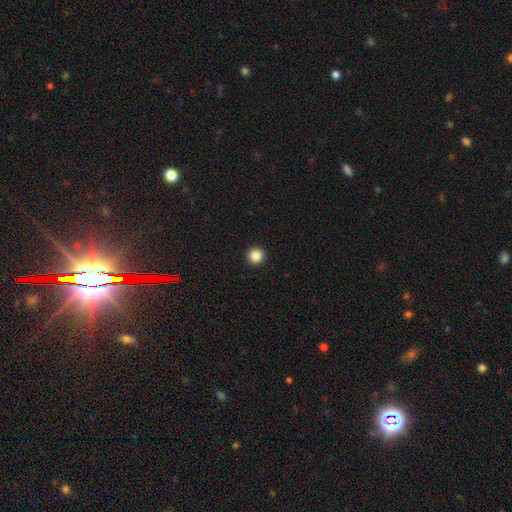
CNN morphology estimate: A smooth galaxy with no disk features (87%) that is round (97%).

Vote fractions:
- Smooth or featured? smooth: 87% / star or artifact: 10% / featured or disk: 3%
- How rounded? round: 97% / in between: 2% / cigar-shaped: 1%
- Merging? none: 94% / minor disturbance: 3% / major disturbance: 1% / merger: 1%